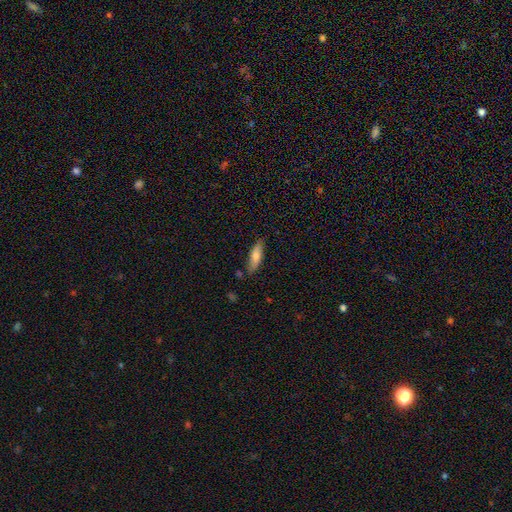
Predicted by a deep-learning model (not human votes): smooth-or-featured: smooth: 75% | featured or disk: 19% | star or artifact: 6%
  how-rounded: in between: 54% | cigar-shaped: 44% | round: 2%
  merging: none: 79% | minor disturbance: 16% | merger: 3% | major disturbance: 3%